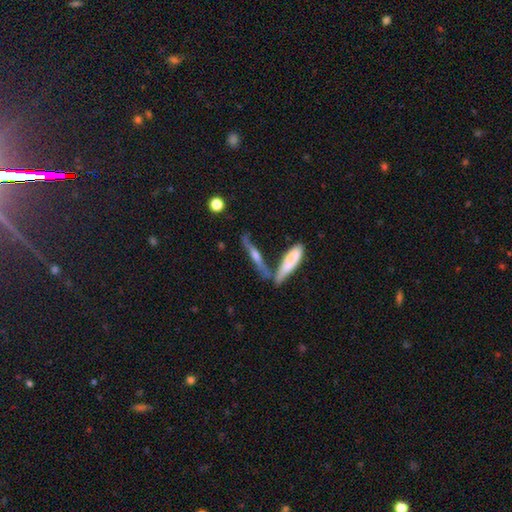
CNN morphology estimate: Overall: featured or disk (63%; smooth 27%). Edge-on disk: yes (90%). Edge-on bulge: rounded (75%). Merging: none (58%; merger 24%).